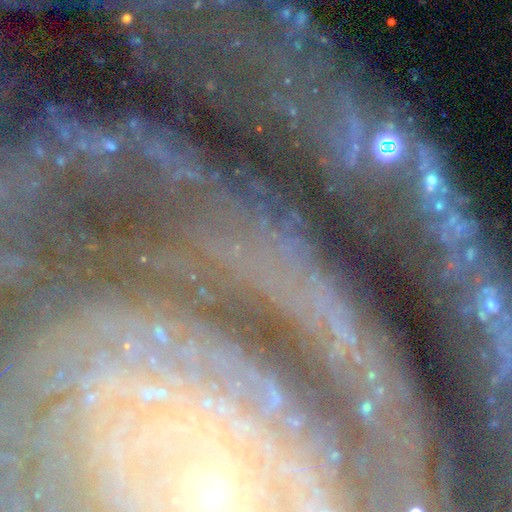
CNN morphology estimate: featured or disk 53%, star or artifact 37%, smooth 10%. Down the decision tree: edge-on disk — no (85%); merging — none (63%).